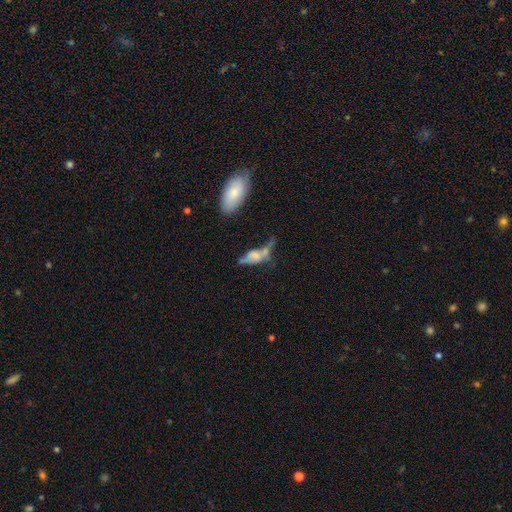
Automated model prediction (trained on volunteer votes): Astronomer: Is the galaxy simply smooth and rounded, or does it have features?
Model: featured or disk — 46% (runner-up: smooth, 44%).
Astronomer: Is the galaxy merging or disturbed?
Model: merger — 32% (runner-up: major disturbance, 25%).